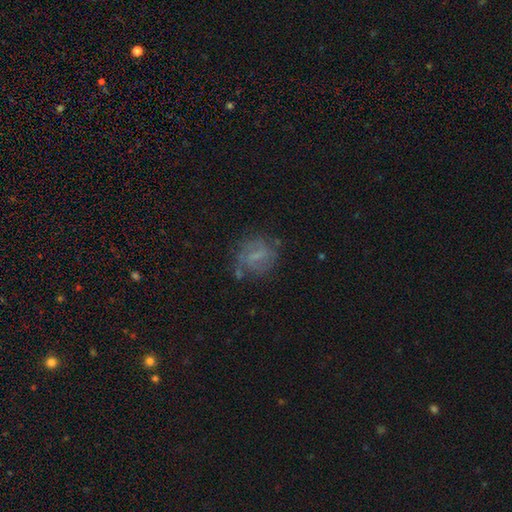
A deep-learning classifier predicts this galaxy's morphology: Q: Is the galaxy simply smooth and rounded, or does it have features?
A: featured or disk — 55%.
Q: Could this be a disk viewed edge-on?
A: no — 96%.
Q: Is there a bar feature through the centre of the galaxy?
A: weak — 52%.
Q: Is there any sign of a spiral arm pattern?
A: yes — 69%.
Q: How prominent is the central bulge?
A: small — 39%.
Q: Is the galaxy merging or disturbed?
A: none — 63%.